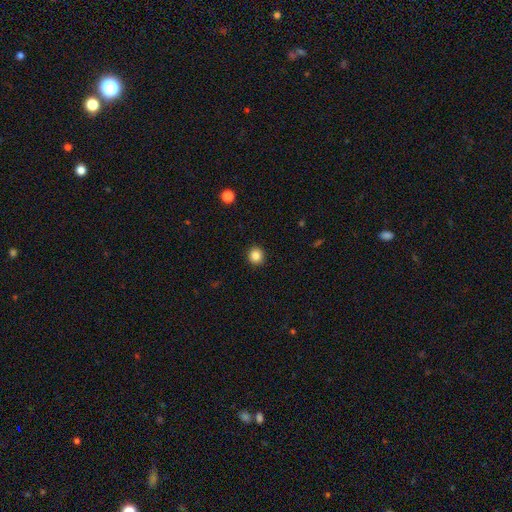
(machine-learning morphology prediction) type=smooth (85%); roundness=round (93%); merging=none (93%).